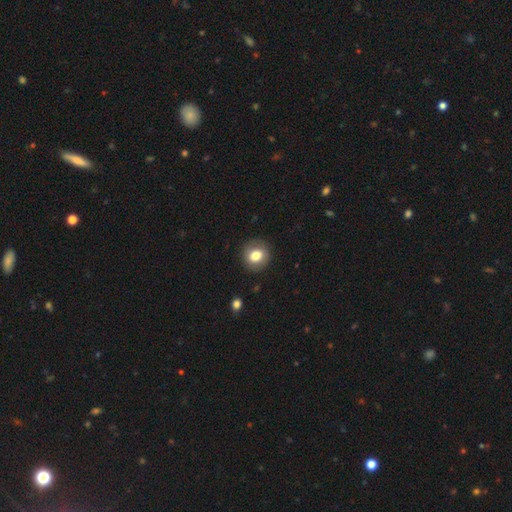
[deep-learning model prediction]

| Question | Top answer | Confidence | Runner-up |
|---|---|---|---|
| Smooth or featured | smooth | 78% | featured or disk (13%) |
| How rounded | round | 74% | in between (25%) |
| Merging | none | 88% | minor disturbance (9%) |